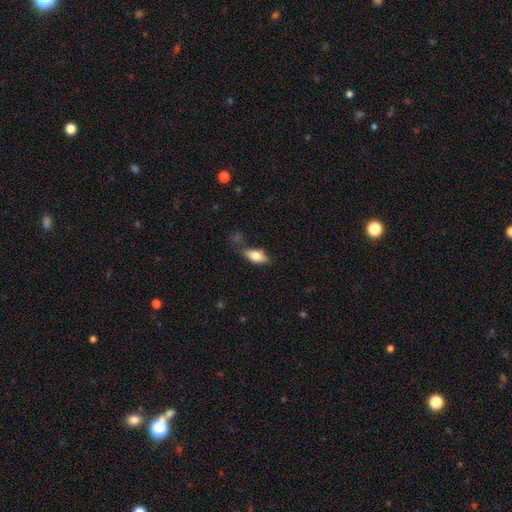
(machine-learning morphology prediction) smooth 71%, featured or disk 22%, star or artifact 7%. Down the decision tree: how rounded — in between (81%); merging — none (64%).